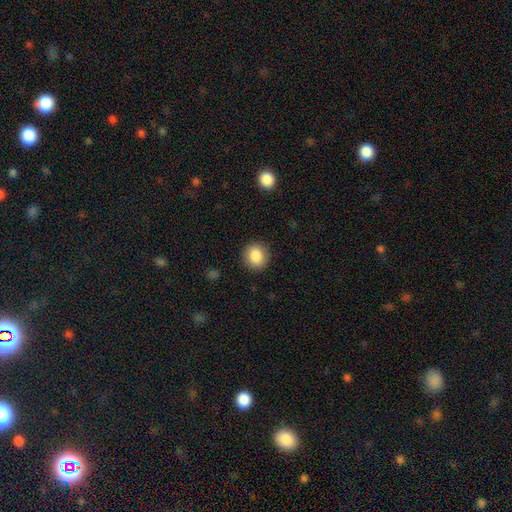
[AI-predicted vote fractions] This appears to be a smooth galaxy with no disk features (86%) that is round (84%). Merging: none (89%).